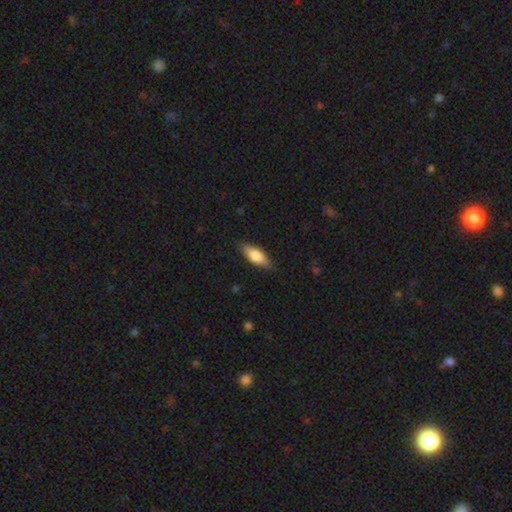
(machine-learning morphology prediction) Overall: smooth (74%). How rounded: in between (71%). Merging: none (85%).